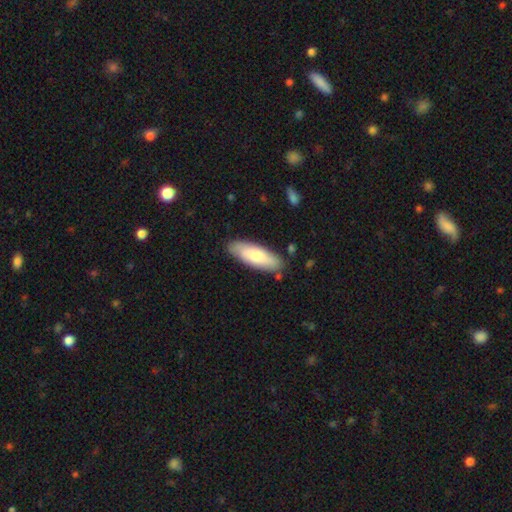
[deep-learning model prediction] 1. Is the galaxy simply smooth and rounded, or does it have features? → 71% smooth, 24% featured or disk, 5% star or artifact.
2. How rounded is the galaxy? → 63% in between, 35% cigar-shaped, 2% round.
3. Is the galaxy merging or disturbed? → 81% none, 14% minor disturbance, 3% major disturbance, 2% merger.